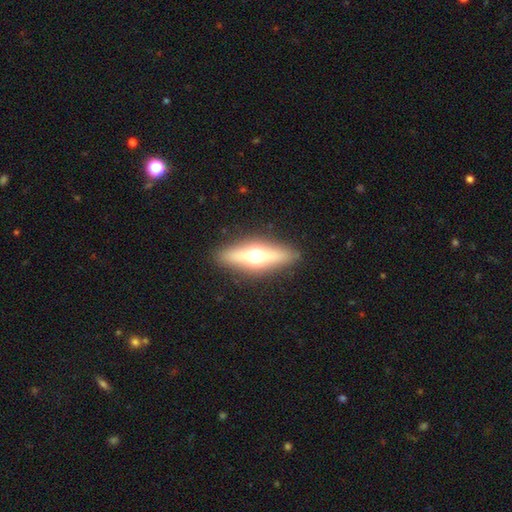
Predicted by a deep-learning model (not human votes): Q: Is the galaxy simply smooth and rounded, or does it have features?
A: featured or disk — 56%.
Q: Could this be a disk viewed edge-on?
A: yes — 89%.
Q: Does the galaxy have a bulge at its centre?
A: rounded — 96%.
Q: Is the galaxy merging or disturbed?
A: none — 89%.